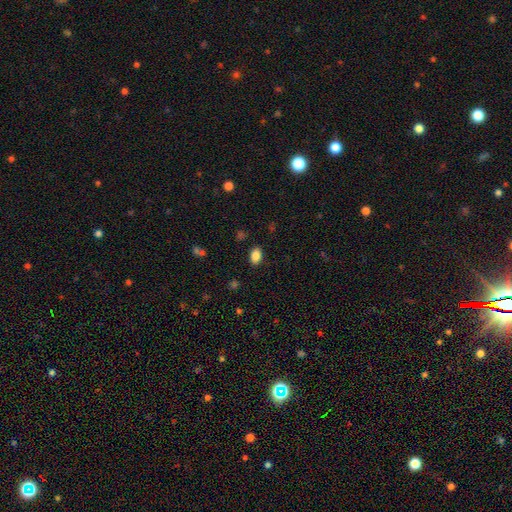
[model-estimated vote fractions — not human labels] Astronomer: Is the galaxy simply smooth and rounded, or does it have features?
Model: smooth — 86%.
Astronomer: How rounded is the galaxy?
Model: in between — 86%.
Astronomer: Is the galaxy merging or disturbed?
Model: none — 87%.